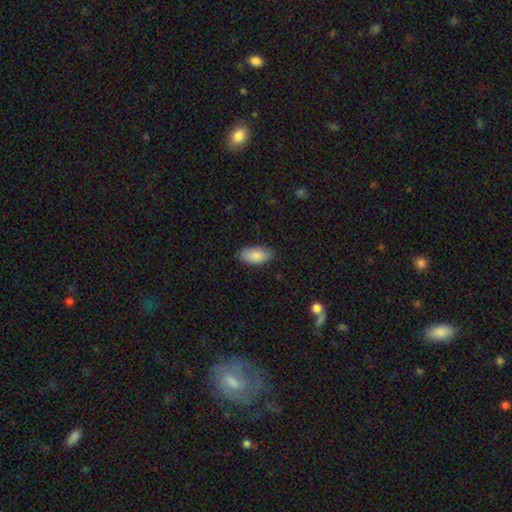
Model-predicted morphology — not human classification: Smooth or featured? smooth (87%)
How rounded? in between (94%)
Merging? none (85%)